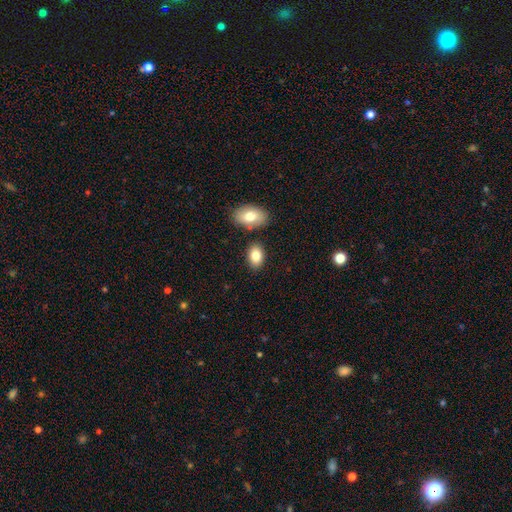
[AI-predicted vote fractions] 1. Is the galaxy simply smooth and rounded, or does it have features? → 81% smooth, 11% featured or disk, 8% star or artifact.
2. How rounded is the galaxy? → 86% in between, 13% round, 1% cigar-shaped.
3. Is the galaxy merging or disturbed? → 76% none, 11% minor disturbance, 10% merger, 3% major disturbance.